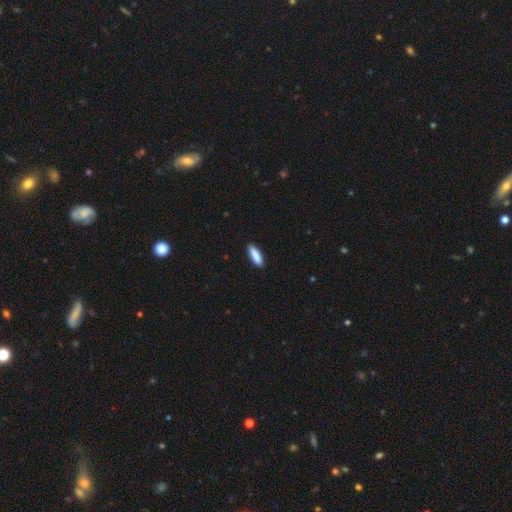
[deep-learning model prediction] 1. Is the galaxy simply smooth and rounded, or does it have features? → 89% smooth, 6% featured or disk, 5% star or artifact.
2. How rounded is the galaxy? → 55% cigar-shaped, 43% in between, 2% round.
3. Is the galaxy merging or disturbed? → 89% none, 9% minor disturbance, 2% major disturbance, 1% merger.